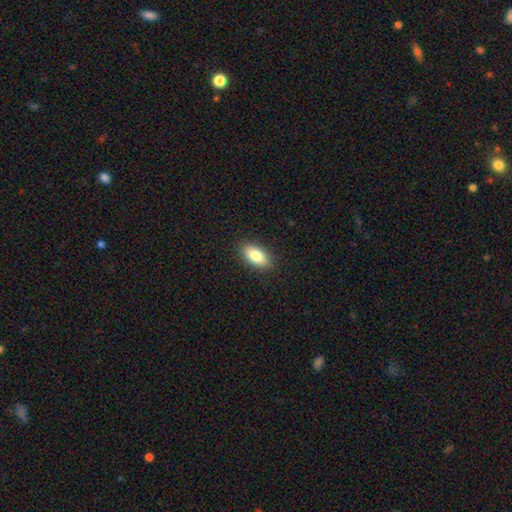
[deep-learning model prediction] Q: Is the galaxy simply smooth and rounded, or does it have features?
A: smooth — 82%.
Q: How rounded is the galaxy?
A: in between — 90%.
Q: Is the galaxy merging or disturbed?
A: none — 89%.